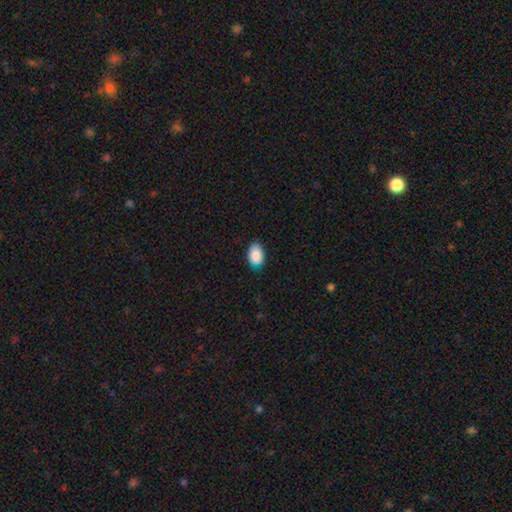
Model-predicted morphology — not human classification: This appears to be a smooth galaxy with no disk features (88%) that is in between round and cigar-shaped (86%). Merging: none (82%).